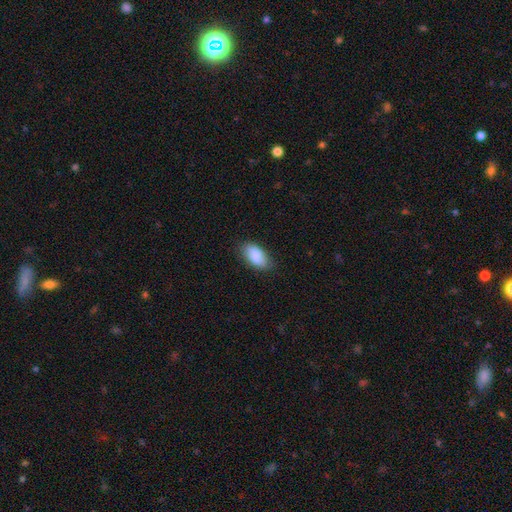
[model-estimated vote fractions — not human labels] Smooth or featured? Predicted: smooth (p=0.87). How rounded? Predicted: in between (p=0.93). Merging? Predicted: none (p=0.77).